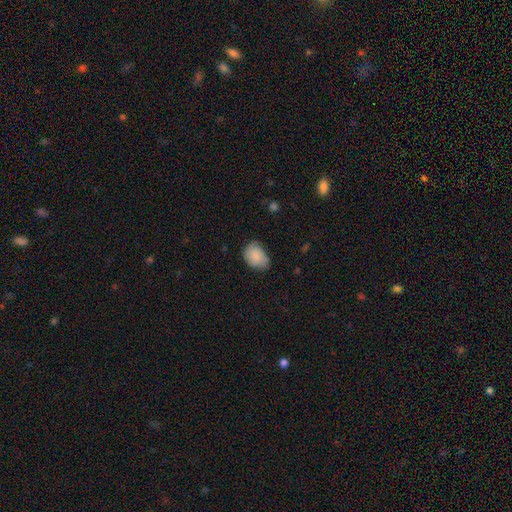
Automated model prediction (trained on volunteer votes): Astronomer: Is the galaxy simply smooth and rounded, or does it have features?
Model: smooth — 85%.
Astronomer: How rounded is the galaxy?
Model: in between — 73%.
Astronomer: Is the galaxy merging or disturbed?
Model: none — 59%.